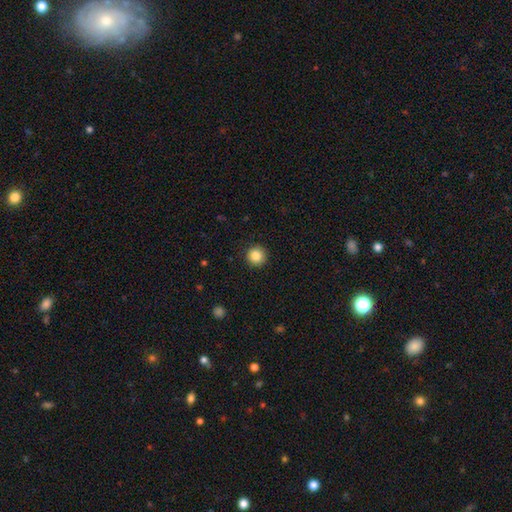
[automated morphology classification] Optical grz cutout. It shows a smooth galaxy with no disk features (85%) that is round (96%). Merging: none (93%).